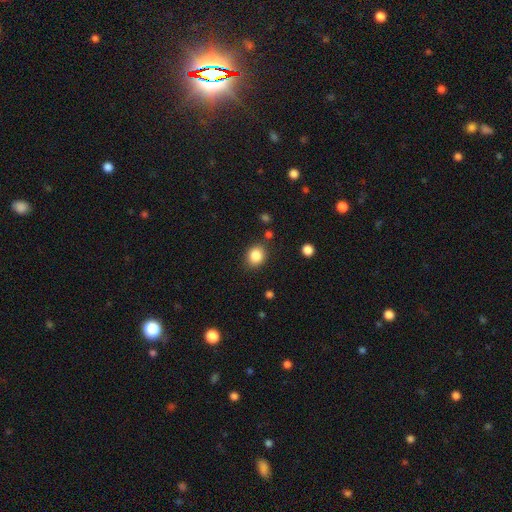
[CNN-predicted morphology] A smooth galaxy with no disk features (86%) that is round (66%). Merging: none (82%).